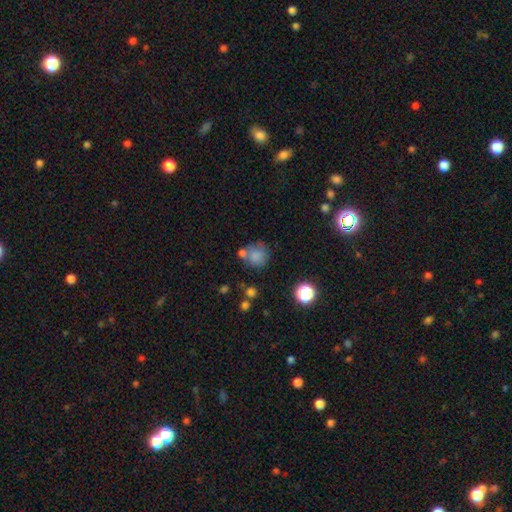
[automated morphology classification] Overall: smooth (76%). How rounded: round (85%). Merging: none (55%; merger 21%).